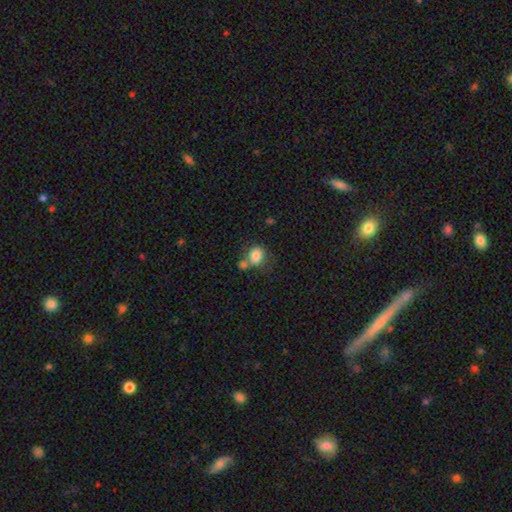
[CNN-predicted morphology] smooth-or-featured: smooth: 82% | star or artifact: 10% | featured or disk: 9%
  how-rounded: round: 52% | in between: 47% | cigar-shaped: 1%
  merging: none: 44% | merger: 37% | minor disturbance: 14% | major disturbance: 6%